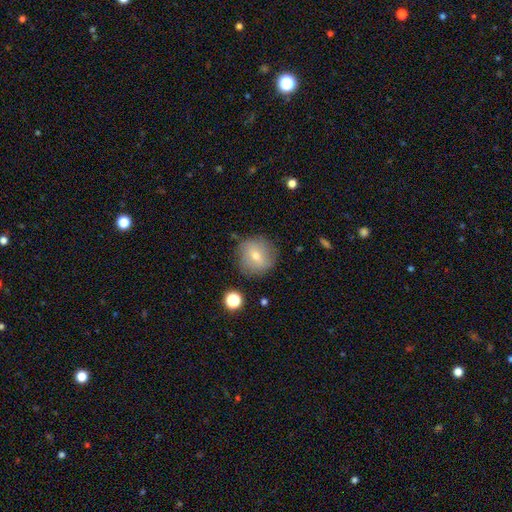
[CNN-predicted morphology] smooth_or_featured: smooth (p=0.61) [alt: featured or disk p=0.27]
how_rounded: round (p=0.91) [alt: in between p=0.07]
merging: none (p=0.84) [alt: minor disturbance p=0.11]